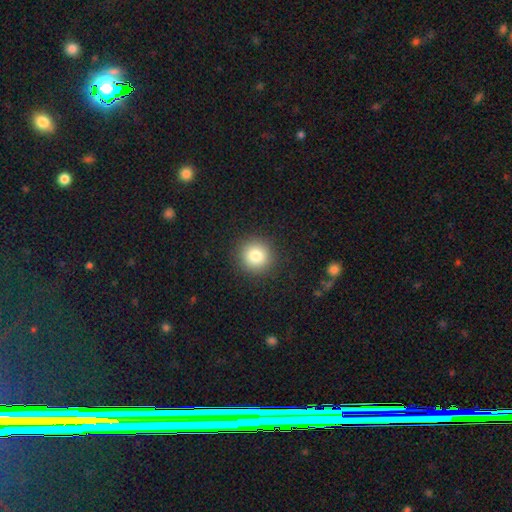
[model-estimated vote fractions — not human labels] Smooth or featured: smooth — 83% (star or artifact — 11%)
How rounded: round — 94% (in between — 5%)
Merging: none — 91% (minor disturbance — 6%)